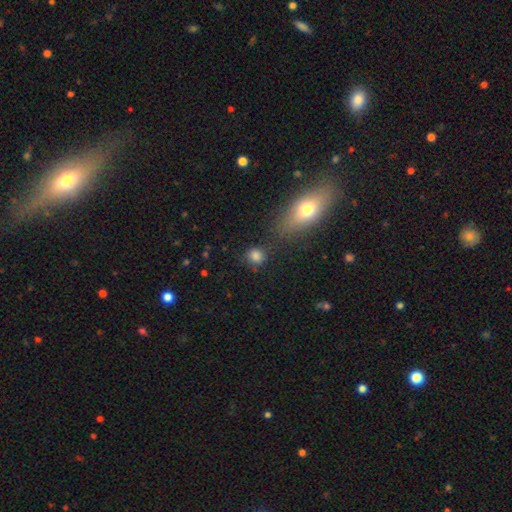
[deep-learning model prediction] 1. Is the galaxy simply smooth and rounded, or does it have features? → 82% smooth, 12% star or artifact, 6% featured or disk.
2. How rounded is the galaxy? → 80% round, 18% in between, 2% cigar-shaped.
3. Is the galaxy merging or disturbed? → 76% none, 12% minor disturbance, 7% merger, 5% major disturbance.